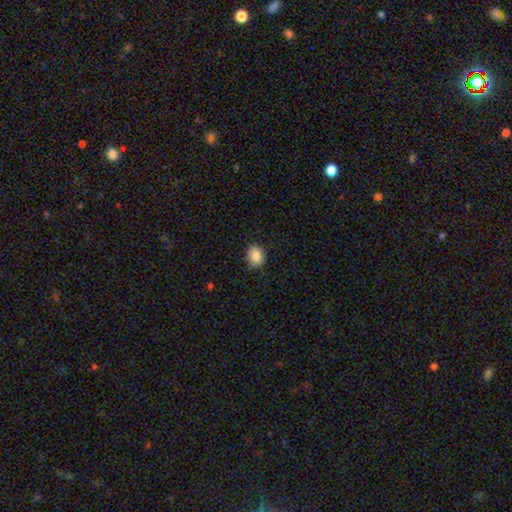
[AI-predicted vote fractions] Smooth or featured: smooth — 87% (star or artifact — 8%)
How rounded: round — 58% (in between — 41%)
Merging: none — 86% (minor disturbance — 11%)